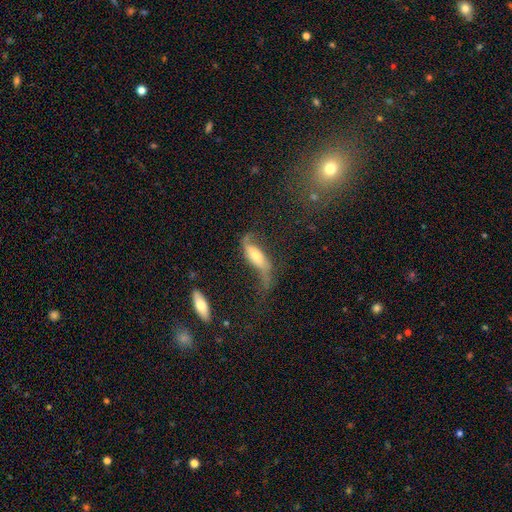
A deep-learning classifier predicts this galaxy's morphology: The model was most divided on "merging": major disturbance: 39%, none: 33%, minor disturbance: 22%, merger: 5%. More confident: edge-on disk — no (73%); smooth or featured — featured or disk (64%).